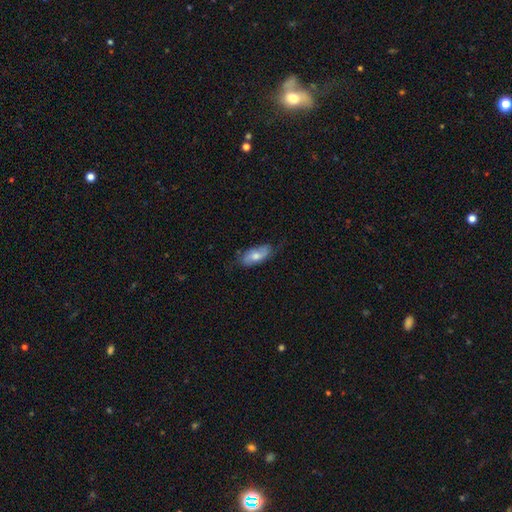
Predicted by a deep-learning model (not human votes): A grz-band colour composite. It shows a smooth galaxy with no disk features (55%) that is in between round and cigar-shaped (83%). Merging: none (70%).